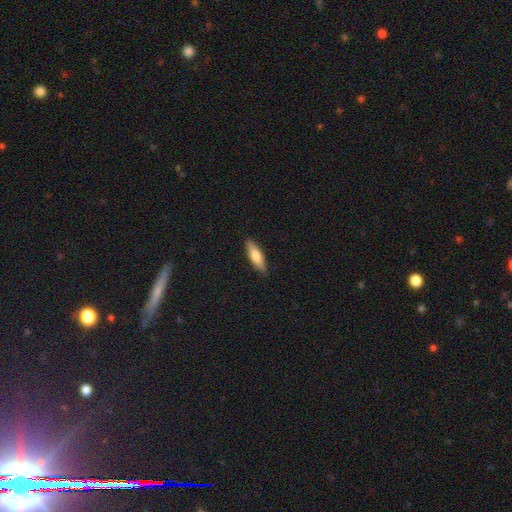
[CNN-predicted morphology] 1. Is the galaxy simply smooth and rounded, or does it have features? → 70% smooth, 24% featured or disk, 6% star or artifact.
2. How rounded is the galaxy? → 62% cigar-shaped, 36% in between, 2% round.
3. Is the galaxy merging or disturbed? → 89% none, 8% minor disturbance, 2% major disturbance, 1% merger.